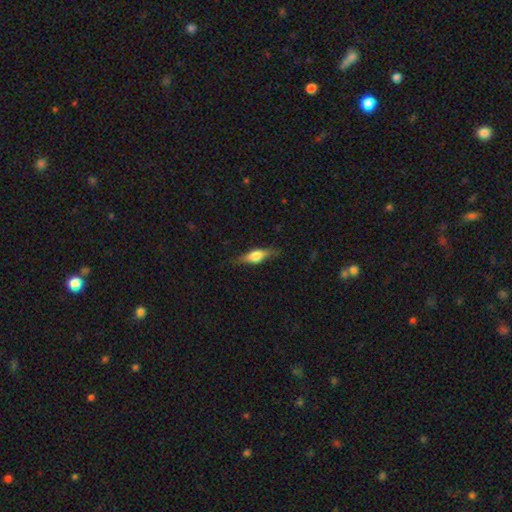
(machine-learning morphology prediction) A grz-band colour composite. It shows a smooth galaxy with no disk features (49%). Merging: none (79%).